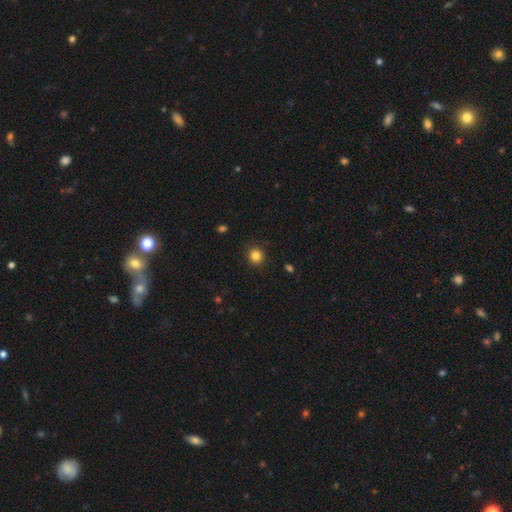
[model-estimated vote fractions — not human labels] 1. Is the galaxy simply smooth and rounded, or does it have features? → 84% smooth, 12% star or artifact, 4% featured or disk.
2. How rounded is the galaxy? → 91% round, 8% in between, 1% cigar-shaped.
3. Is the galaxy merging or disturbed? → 90% none, 7% minor disturbance, 2% major disturbance, 1% merger.